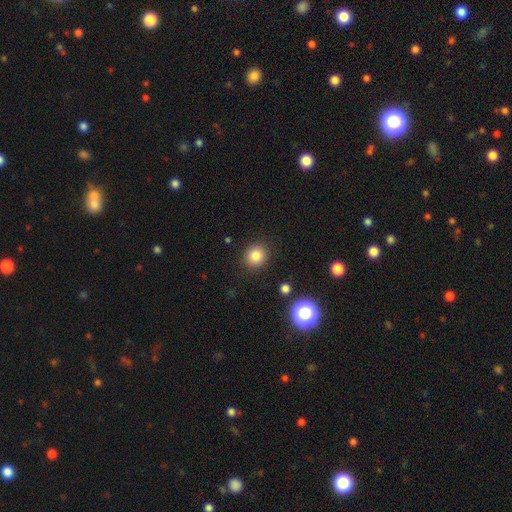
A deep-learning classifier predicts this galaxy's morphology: A smooth galaxy with no disk features (83%) that is round (82%).

Vote fractions:
- Smooth or featured? smooth: 83% / star or artifact: 11% / featured or disk: 6%
- How rounded? round: 82% / in between: 17% / cigar-shaped: 1%
- Merging? none: 89% / minor disturbance: 7% / major disturbance: 3% / merger: 2%